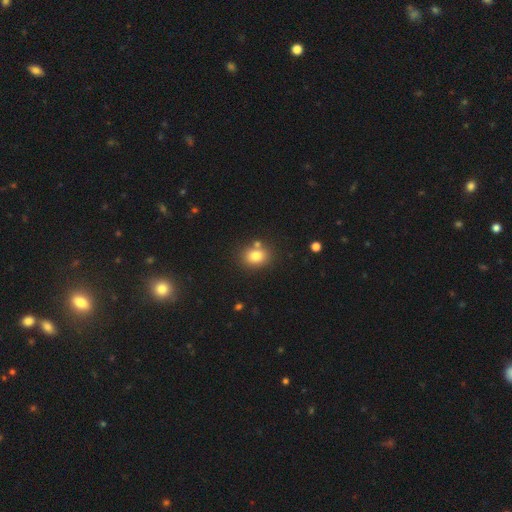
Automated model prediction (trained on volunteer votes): This appears to be a smooth galaxy with no disk features (80%) that is round (51%). Merging: none (72%).